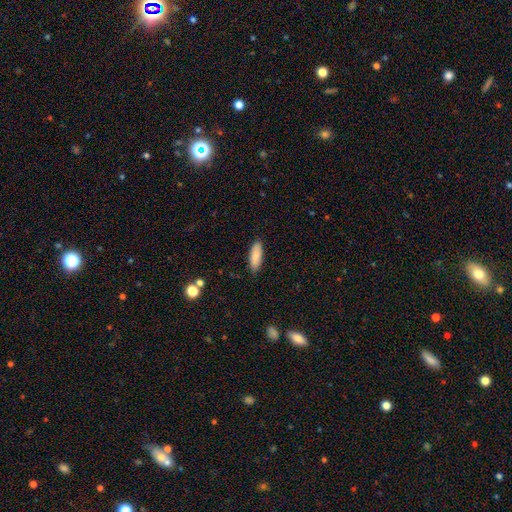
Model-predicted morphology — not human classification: This appears to be a smooth galaxy with no disk features (87%) that is in between round and cigar-shaped (61%). Merging: none (88%).